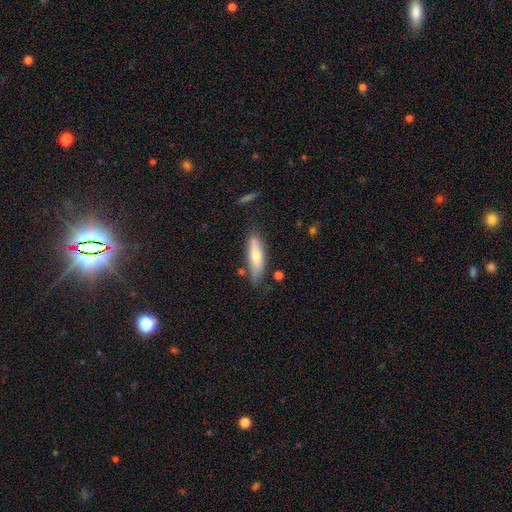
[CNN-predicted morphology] Smooth or featured? Predicted: smooth (p=0.65). How rounded? Predicted: cigar-shaped (p=0.55). Merging? Predicted: none (p=0.69).